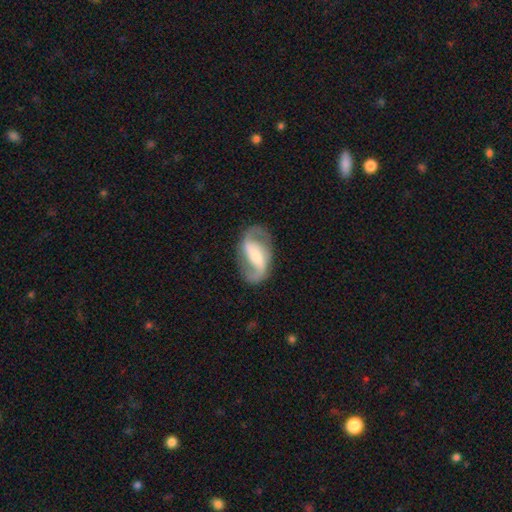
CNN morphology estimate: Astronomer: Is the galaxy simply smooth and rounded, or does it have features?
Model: featured or disk — 86%.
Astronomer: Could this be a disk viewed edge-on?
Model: no — 97%.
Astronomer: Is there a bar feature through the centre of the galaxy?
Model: strong — 44% (runner-up: weak, 37%).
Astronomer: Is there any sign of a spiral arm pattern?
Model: yes — 96%.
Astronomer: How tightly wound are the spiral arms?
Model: loose — 51% (runner-up: medium, 39%).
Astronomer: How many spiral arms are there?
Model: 2 — 93%.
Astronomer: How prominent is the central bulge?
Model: small — 42% (runner-up: moderate, 36%).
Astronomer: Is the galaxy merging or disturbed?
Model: none — 81%.